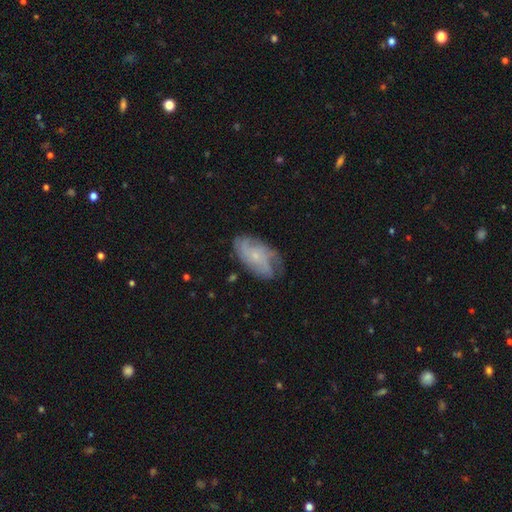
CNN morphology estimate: Smooth or featured? featured or disk (71%)
Edge-on disk? no (95%)
Bar? no (76%)
Spiral arms? yes (91%)
Spiral winding? medium (40%)
Spiral arm count? can't tell (34%)
Bulge size? small (77%)
Merging? none (66%)